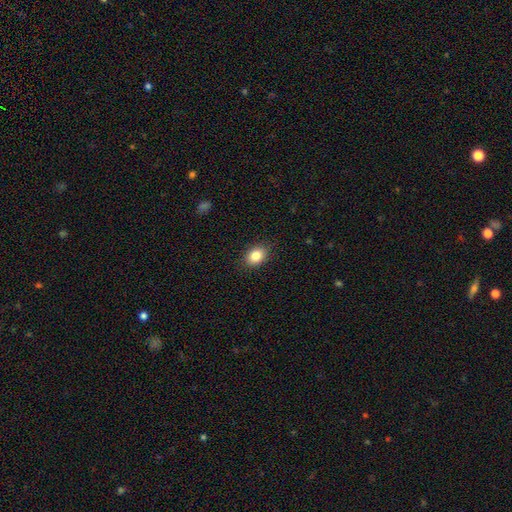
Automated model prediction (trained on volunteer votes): smooth-or-featured: smooth: 84% | star or artifact: 9% | featured or disk: 7%
  how-rounded: in between: 68% | round: 31% | cigar-shaped: 1%
  merging: none: 87% | minor disturbance: 10% | major disturbance: 2% | merger: 1%